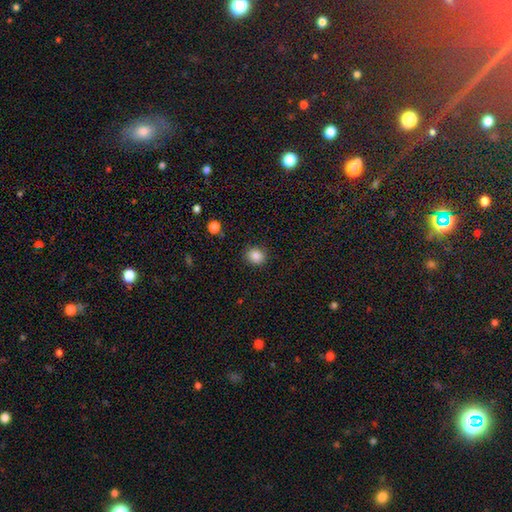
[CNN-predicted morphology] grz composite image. It shows a smooth galaxy with no disk features (86%) that is round (78%). Merging: none (89%).